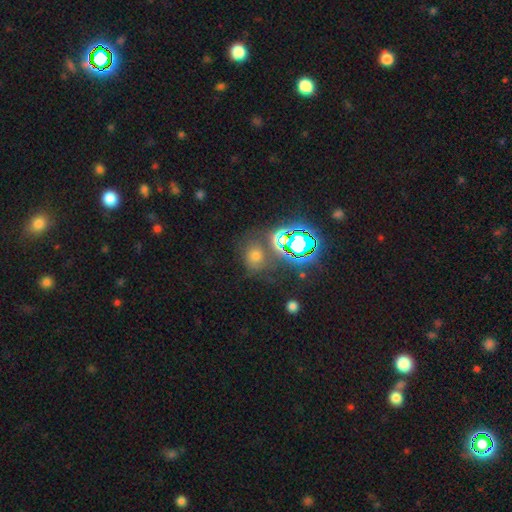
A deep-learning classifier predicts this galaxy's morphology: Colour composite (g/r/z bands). It shows a smooth galaxy with no disk features (51%) that is round (63%). Merging: none (64%).